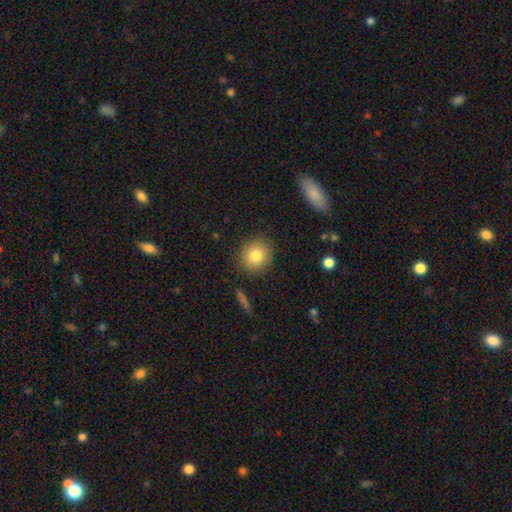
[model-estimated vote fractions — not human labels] This appears to be a smooth galaxy with no disk features (80%) that is round (83%). Merging: none (87%).